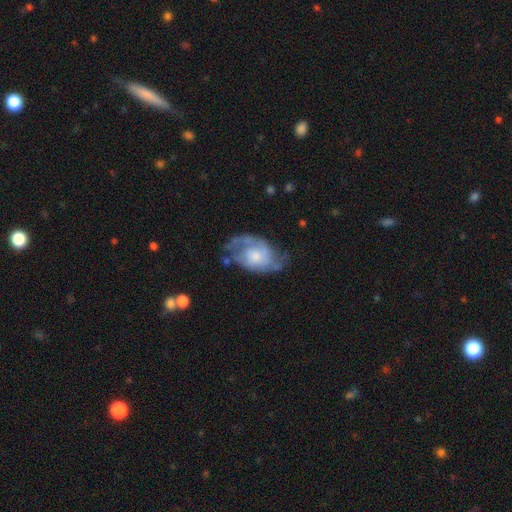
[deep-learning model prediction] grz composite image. It shows a featured or disk galaxy (77%) with no bar (72%), 2 (57%) medium (44%) spiral arms (89%) and a moderate central bulge (43%). Merging: none (54%).